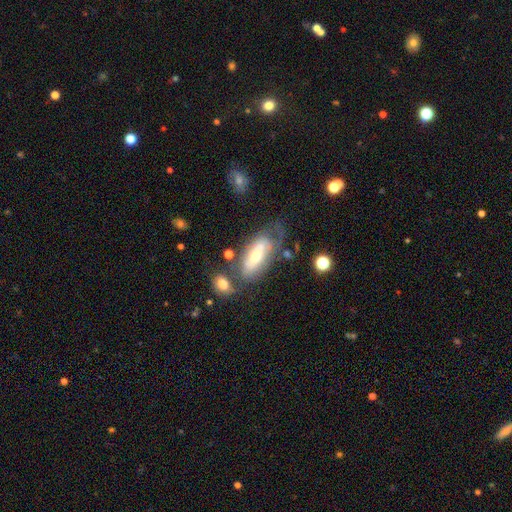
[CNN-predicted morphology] Smooth or featured?
  - featured or disk: 55% *
  - smooth: 38%
  - star or artifact: 7%
Edge-on disk?
  - no: 81% *
  - yes: 19%
Merging?
  - none: 45% *
  - minor disturbance: 24%
  - major disturbance: 20%
  - merger: 11%